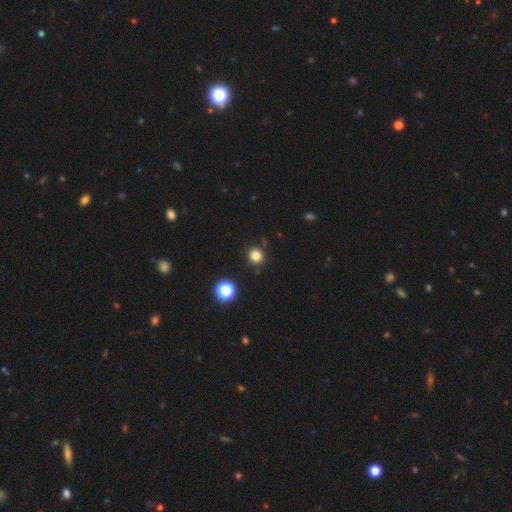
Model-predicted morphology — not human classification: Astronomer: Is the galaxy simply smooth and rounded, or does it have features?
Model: smooth — 80%.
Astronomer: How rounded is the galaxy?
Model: round — 88%.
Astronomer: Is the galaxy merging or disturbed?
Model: none — 87%.